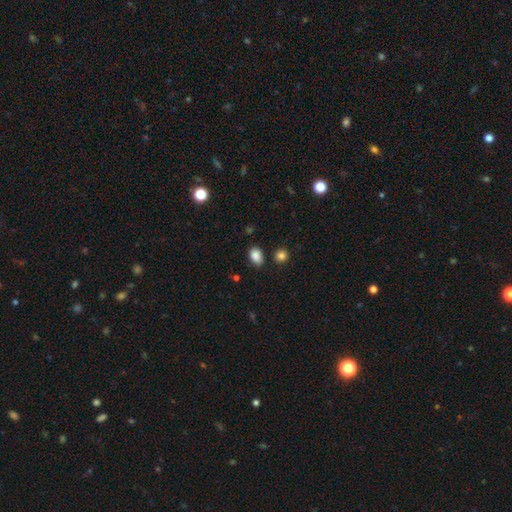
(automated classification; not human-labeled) A smooth galaxy with no disk features (87%) that is in between round and cigar-shaped (77%).

Vote fractions:
- Smooth or featured? smooth: 87% / star or artifact: 10% / featured or disk: 4%
- How rounded? in between: 77% / round: 22% / cigar-shaped: 1%
- Merging? none: 79% / minor disturbance: 14% / merger: 4% / major disturbance: 3%